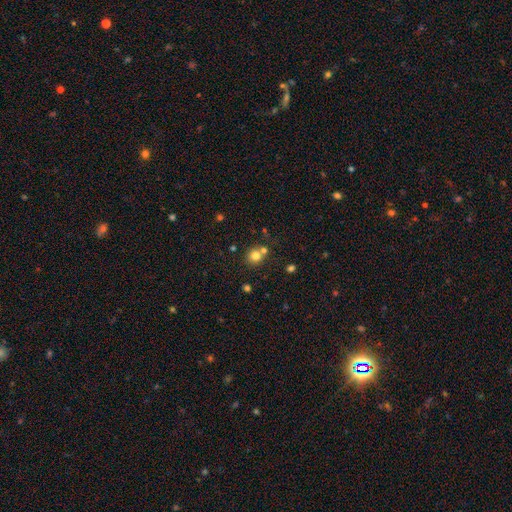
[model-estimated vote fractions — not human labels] Smooth or featured? smooth (77%)
How rounded? round (85%)
Merging? none (63%)